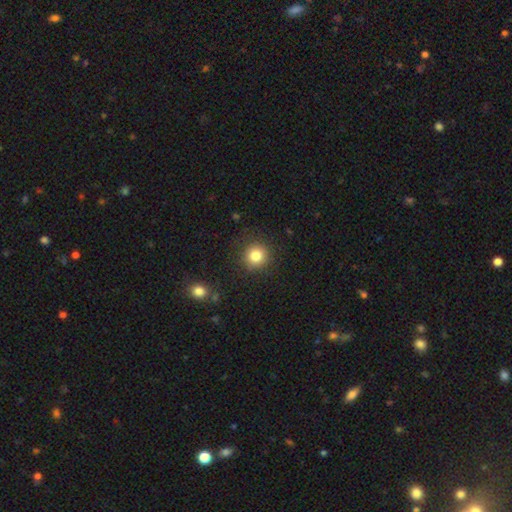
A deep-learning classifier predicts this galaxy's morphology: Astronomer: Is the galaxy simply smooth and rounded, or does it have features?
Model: smooth — 82%.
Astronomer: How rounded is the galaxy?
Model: round — 92%.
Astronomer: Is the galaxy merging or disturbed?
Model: none — 89%.